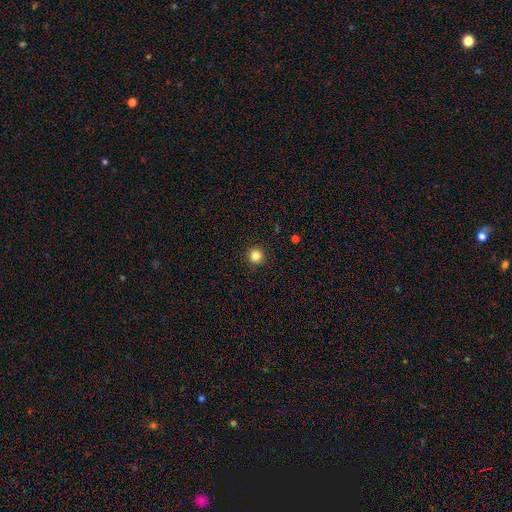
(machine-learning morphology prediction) A smooth galaxy with no disk features (84%) that is round (96%). Merging: none (93%).